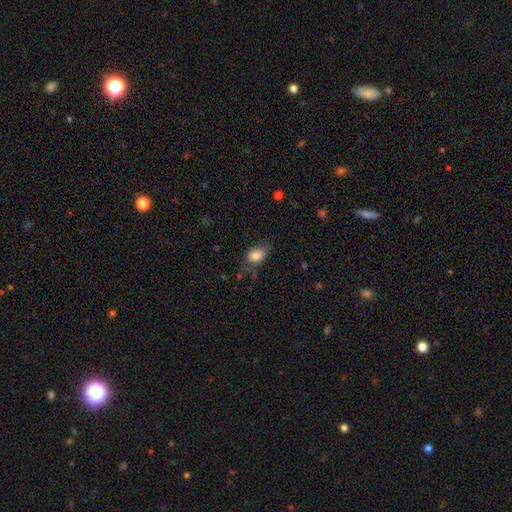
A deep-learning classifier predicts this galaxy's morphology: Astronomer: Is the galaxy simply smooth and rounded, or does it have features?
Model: smooth — 81%.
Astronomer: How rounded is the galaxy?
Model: in between — 77%.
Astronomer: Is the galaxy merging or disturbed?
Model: none — 52% (runner-up: minor disturbance, 31%).